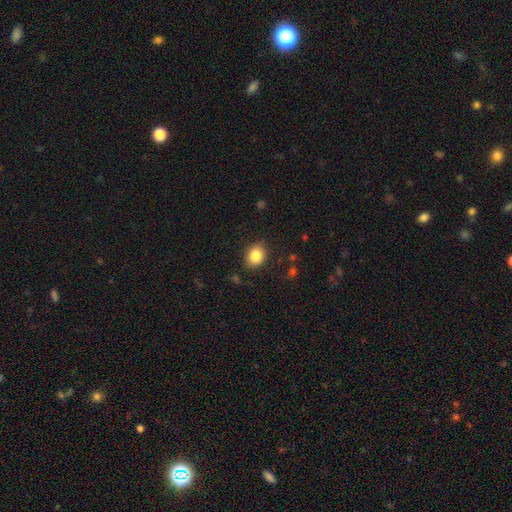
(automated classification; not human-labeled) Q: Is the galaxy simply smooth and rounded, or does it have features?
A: smooth — 84%.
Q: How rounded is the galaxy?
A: round — 53%.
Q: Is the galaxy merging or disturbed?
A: none — 85%.